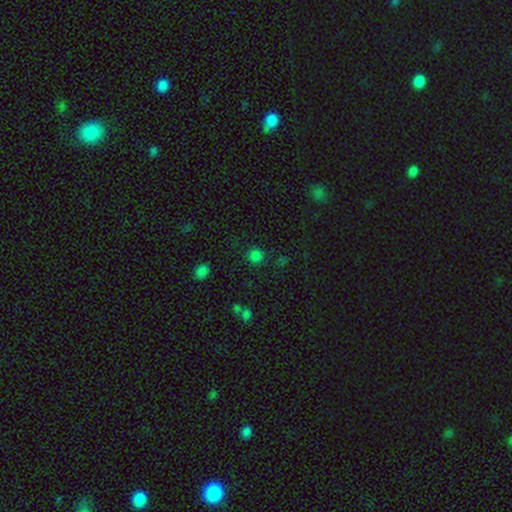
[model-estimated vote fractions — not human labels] Smooth or featured? smooth (77%)
How rounded? round (90%)
Merging? none (85%)